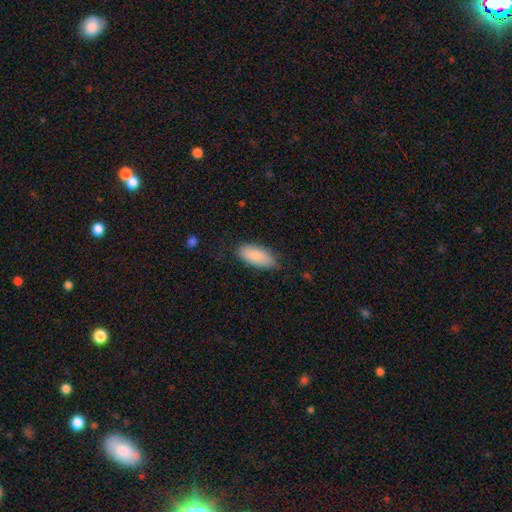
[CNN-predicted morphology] Smooth or featured: smooth — 86% (featured or disk — 8%)
How rounded: in between — 87% (cigar-shaped — 11%)
Merging: none — 78% (minor disturbance — 18%)